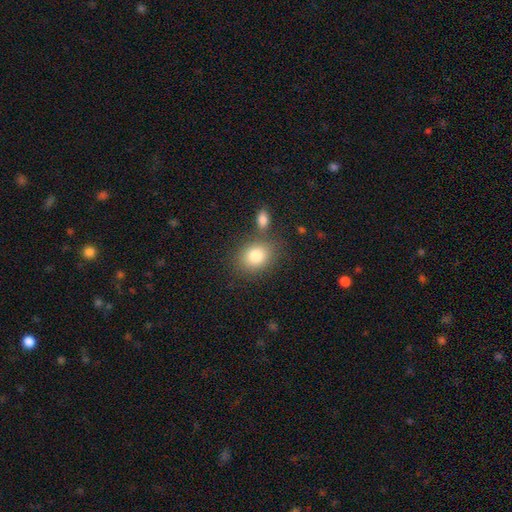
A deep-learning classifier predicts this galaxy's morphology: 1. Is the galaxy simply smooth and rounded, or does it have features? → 82% smooth, 9% star or artifact, 9% featured or disk.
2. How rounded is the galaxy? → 50% in between, 49% round, 1% cigar-shaped.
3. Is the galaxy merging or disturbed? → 69% none, 15% merger, 12% minor disturbance, 4% major disturbance.